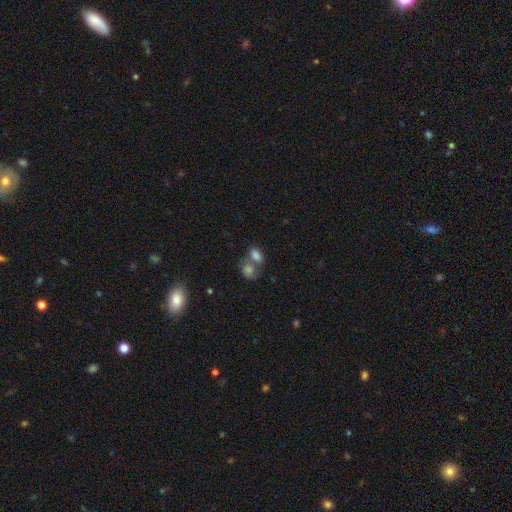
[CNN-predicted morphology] Smooth or featured: smooth — 80% (star or artifact — 10%)
How rounded: in between — 82% (round — 15%)
Merging: merger — 55% (none — 31%)